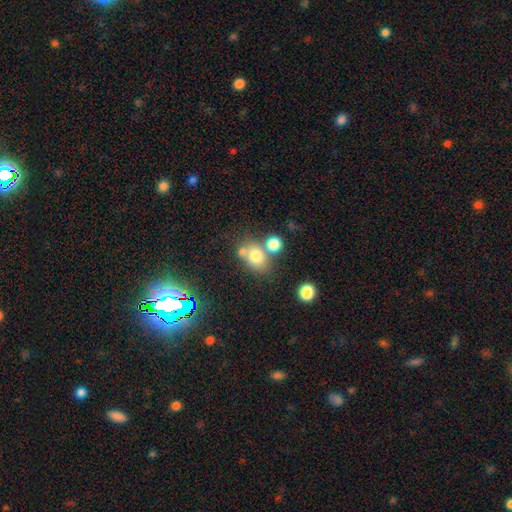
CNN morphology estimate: Smooth or featured?
  - smooth: 73% *
  - featured or disk: 14%
  - star or artifact: 13%
How rounded?
  - round: 56% *
  - in between: 43%
  - cigar-shaped: 1%
Merging?
  - none: 50% *
  - merger: 33%
  - minor disturbance: 12%
  - major disturbance: 5%